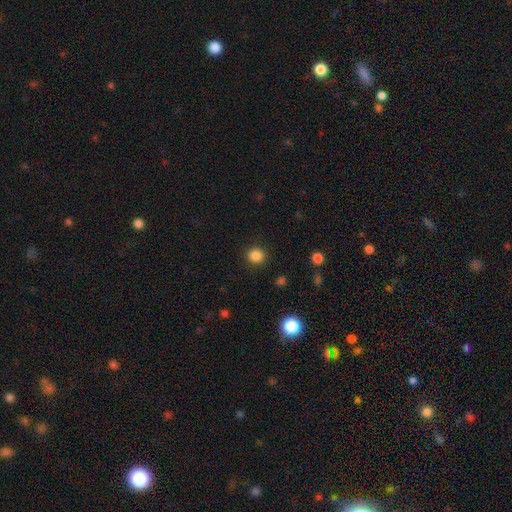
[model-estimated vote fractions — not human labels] smooth_or_featured: smooth (p=0.85) [alt: star or artifact p=0.12]
how_rounded: round (p=0.91) [alt: in between p=0.08]
merging: none (p=0.91) [alt: minor disturbance p=0.06]